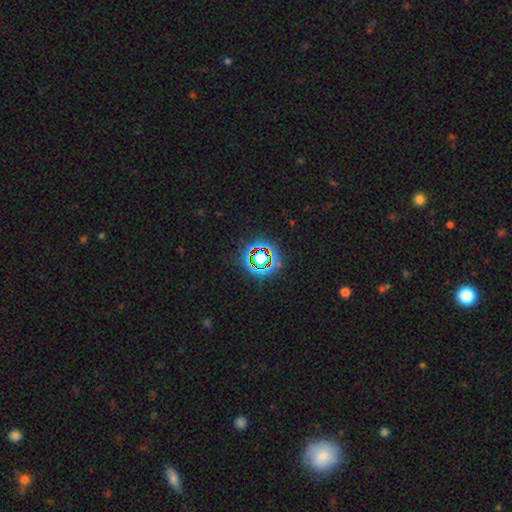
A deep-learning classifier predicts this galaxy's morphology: type=star or artifact (71%).